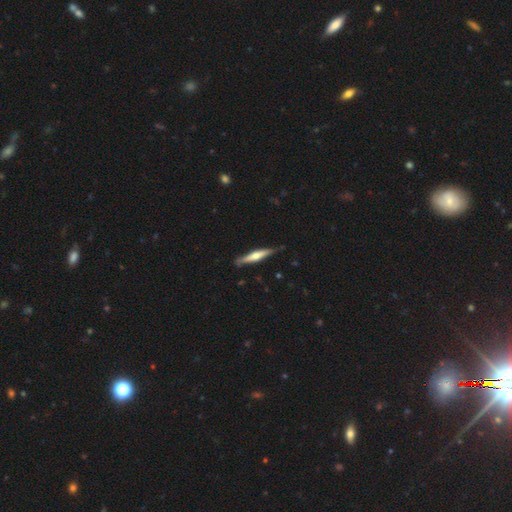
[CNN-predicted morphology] smooth_or_featured: featured or disk (p=0.56) [alt: smooth p=0.39]
disk_edge_on: yes (p=0.95) [alt: no p=0.05]
edge_on_bulge: rounded (p=0.75) [alt: boxy p=0.13]
merging: none (p=0.81) [alt: minor disturbance p=0.15]